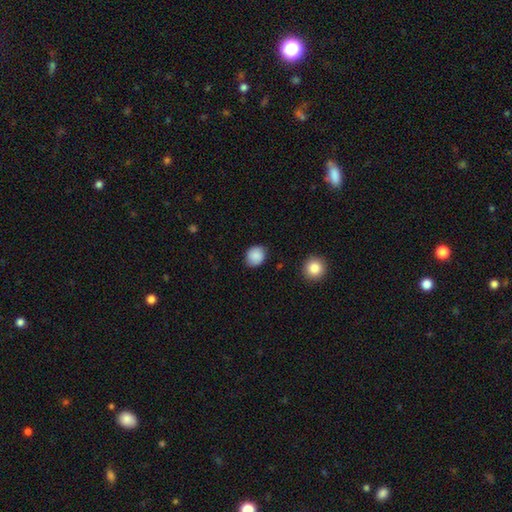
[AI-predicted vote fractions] Smooth or featured? Predicted: smooth (p=0.88). How rounded? Predicted: round (p=0.64). Merging? Predicted: none (p=0.84).